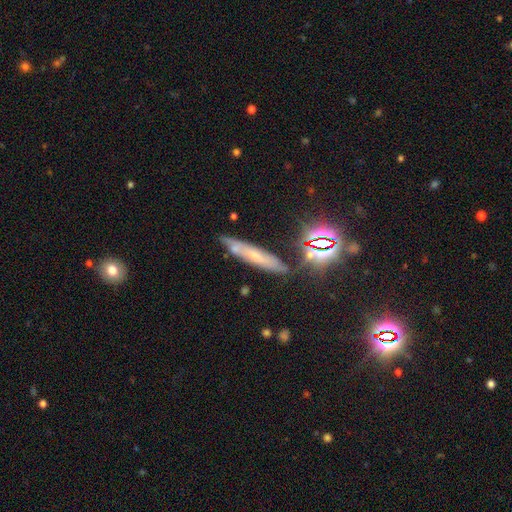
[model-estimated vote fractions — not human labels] smooth_or_featured: smooth (p=0.44) [alt: featured or disk p=0.35]
merging: none (p=0.75) [alt: minor disturbance p=0.15]